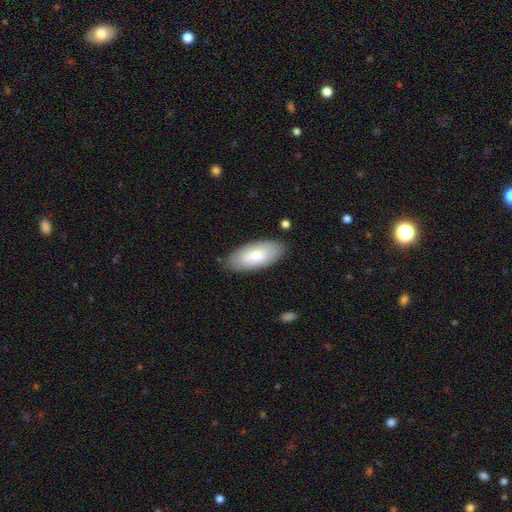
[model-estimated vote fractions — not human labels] smooth_or_featured: smooth (p=0.75) [alt: featured or disk p=0.20]
how_rounded: in between (p=0.91) [alt: cigar-shaped p=0.07]
merging: none (p=0.84) [alt: minor disturbance p=0.11]